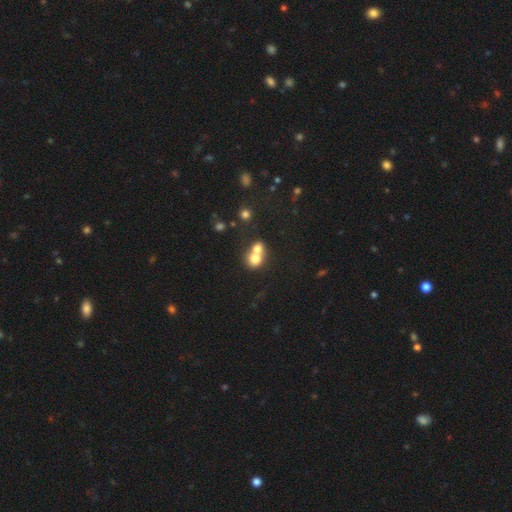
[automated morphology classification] This appears to be a smooth galaxy with no disk features (72%) that is round (70%). Merging: merger (70%).